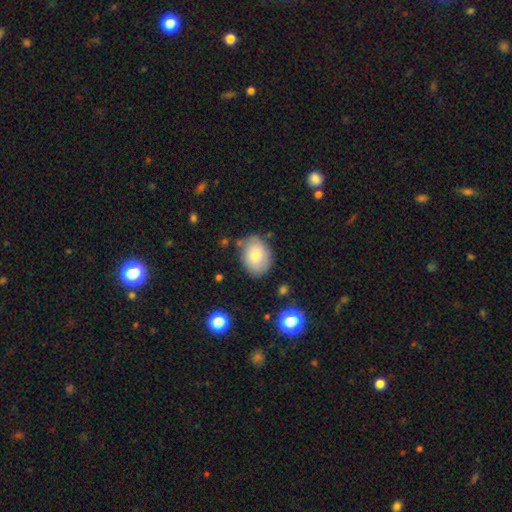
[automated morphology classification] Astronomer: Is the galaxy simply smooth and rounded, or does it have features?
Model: smooth — 80%.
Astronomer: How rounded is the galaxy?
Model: in between — 73%.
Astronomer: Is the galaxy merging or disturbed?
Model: none — 77%.